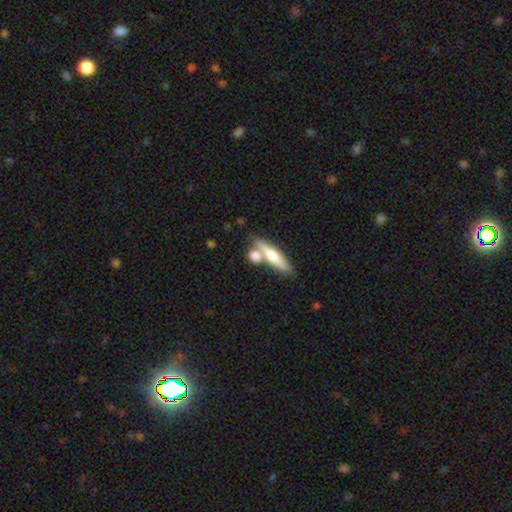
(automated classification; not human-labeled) A smooth galaxy with no disk features (68%) that is cigar-shaped (45%). Merging: none (52%).